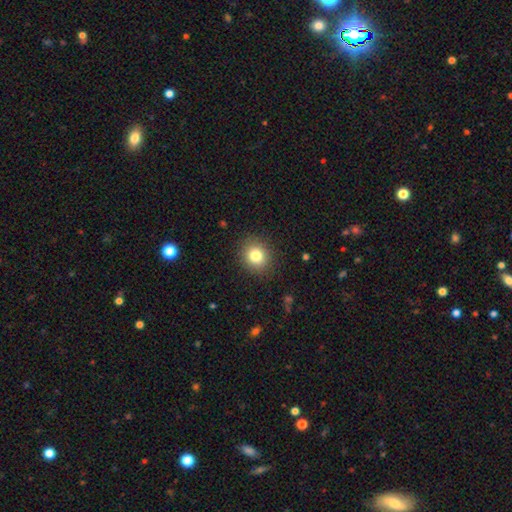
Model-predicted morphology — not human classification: type=smooth (81%); roundness=round (81%); merging=none (89%).